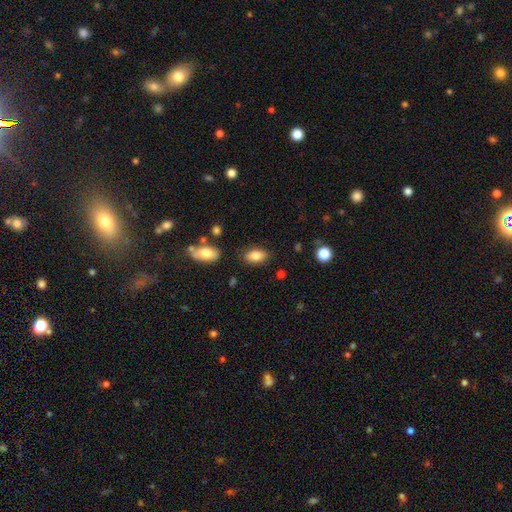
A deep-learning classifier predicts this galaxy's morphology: Q: Smooth or featured?
A: smooth (84%); runner-up: featured or disk (9%)
Q: How rounded?
A: in between (91%); runner-up: round (5%)
Q: Merging?
A: none (83%); runner-up: minor disturbance (11%)